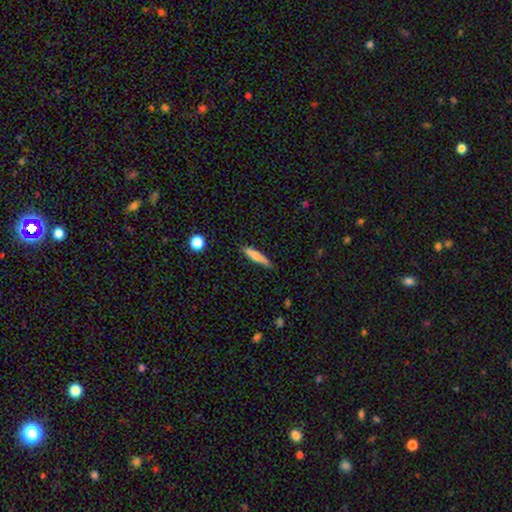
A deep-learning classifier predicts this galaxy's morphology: This is likely a smooth galaxy (73%). How rounded: clearly cigar-shaped (88%). Merging: clearly none (86%).